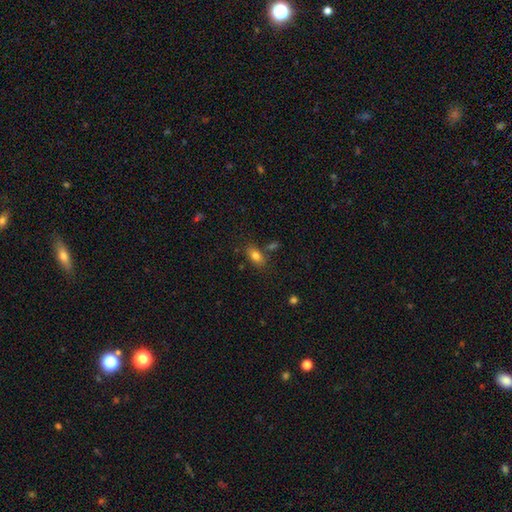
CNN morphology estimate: The model was most divided on "merging": none: 72%, minor disturbance: 14%, merger: 11%, major disturbance: 4%. More confident: how rounded — in between (86%); smooth or featured — smooth (80%).